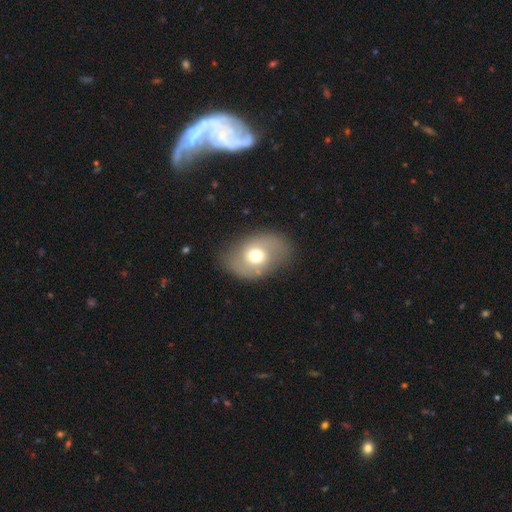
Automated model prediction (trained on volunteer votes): The model was most divided on "smooth or featured": smooth: 50%, featured or disk: 42%, star or artifact: 8%. More confident: merging — none (77%); how rounded — in between (74%).